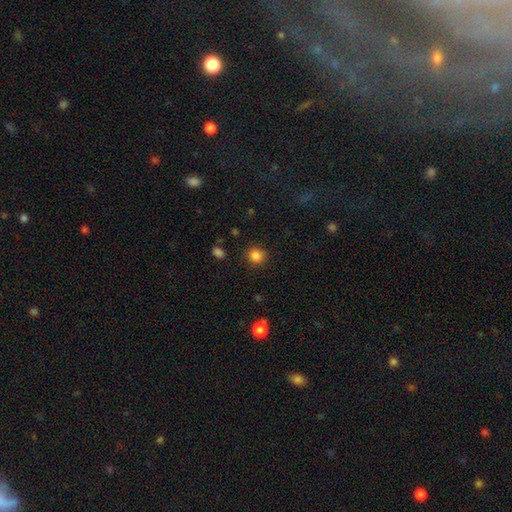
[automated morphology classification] Smooth or featured? smooth (85%)
How rounded? round (86%)
Merging? none (87%)